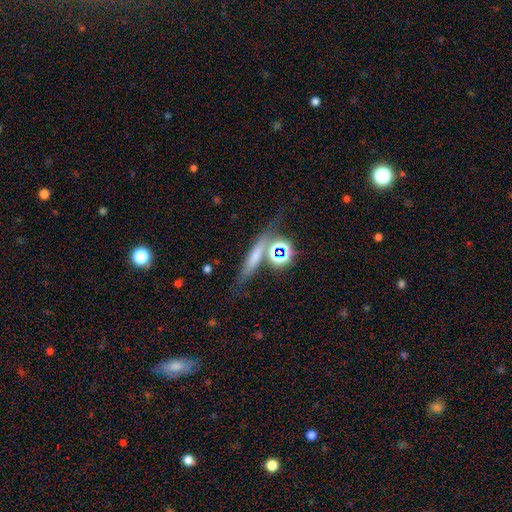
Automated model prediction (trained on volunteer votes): Smooth or featured?
  - smooth: 58% *
  - featured or disk: 23%
  - star or artifact: 19%
How rounded?
  - cigar-shaped: 74% *
  - in between: 14%
  - round: 12%
Merging?
  - none: 62% *
  - minor disturbance: 15%
  - merger: 15%
  - major disturbance: 7%